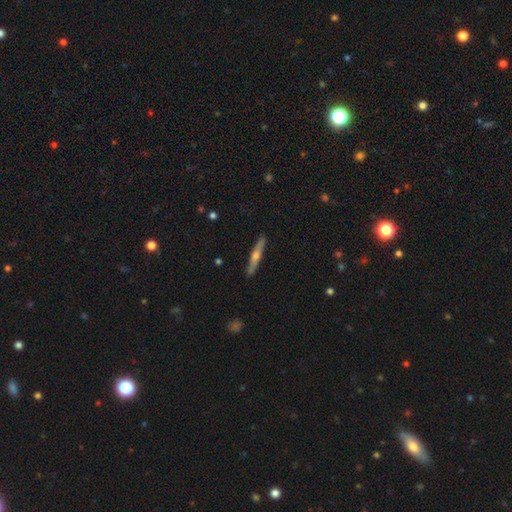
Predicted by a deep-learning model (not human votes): Morphology: type=featured or disk (66%); edge-on=yes (96%); edge-on bulge=rounded (87%); merging=none (90%).